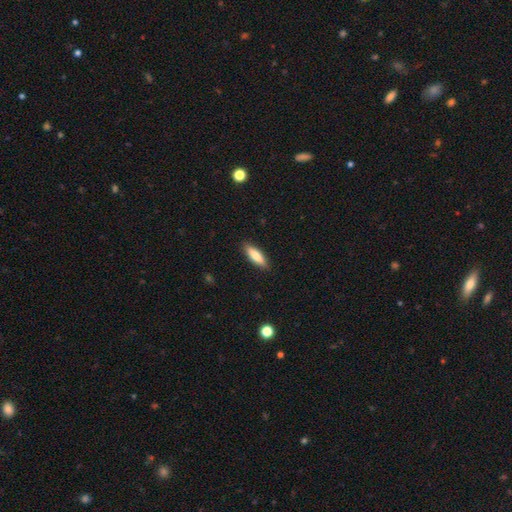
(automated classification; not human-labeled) Morphology: type=smooth (78%); roundness=cigar-shaped (50%); merging=none (89%).